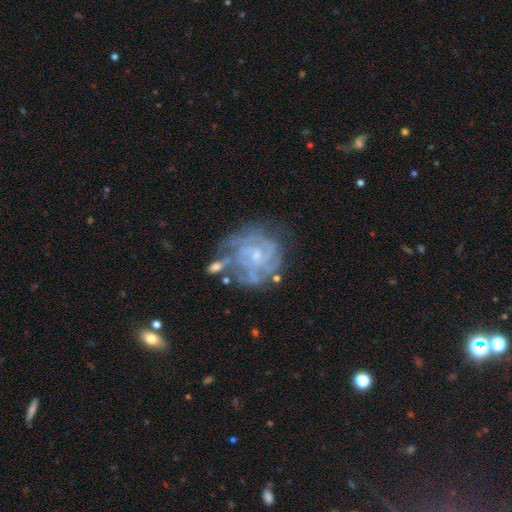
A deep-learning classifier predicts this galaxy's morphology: Smooth or featured: featured or disk — 83% (smooth — 9%)
Edge-on disk: no — 98% (yes — 2%)
Bar: no — 66% (weak — 29%)
Spiral arms: yes — 93% (no — 7%)
Spiral winding: tight — 68% (medium — 26%)
Spiral arm count: can't tell — 35% (3 — 22%)
Bulge size: small — 67% (moderate — 23%)
Merging: none — 60% (minor disturbance — 20%)